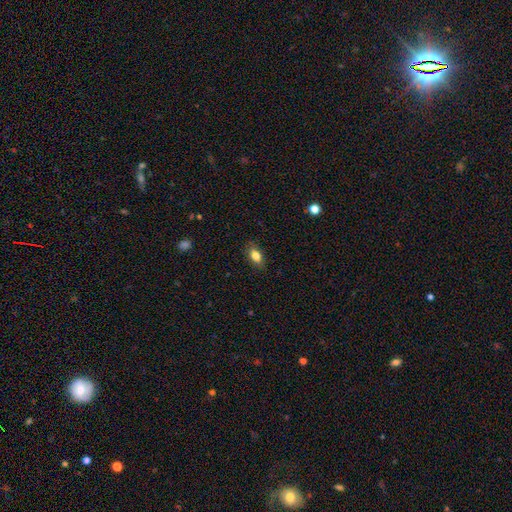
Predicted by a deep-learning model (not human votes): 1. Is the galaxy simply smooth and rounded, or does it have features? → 81% smooth, 11% featured or disk, 8% star or artifact.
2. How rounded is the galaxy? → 86% in between, 7% round, 6% cigar-shaped.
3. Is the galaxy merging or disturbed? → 84% none, 12% minor disturbance, 3% major disturbance, 1% merger.